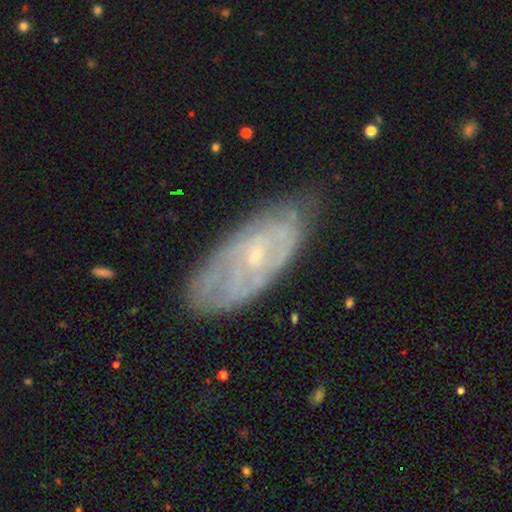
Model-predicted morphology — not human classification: A featured or disk galaxy (71%) with no bar (59%), spiral arms (73%) and a small central bulge (76%).

Vote fractions:
- Smooth or featured? featured or disk: 71% / smooth: 21% / star or artifact: 8%
- Edge-on disk? no: 89% / yes: 11%
- Bar? no: 59% / weak: 33% / strong: 8%
- Spiral arms? yes: 73% / no: 27%
- Bulge size? small: 76% / moderate: 17% / none: 5% / large: 1% / dominant: 1%
- Merging? none: 70% / minor disturbance: 22% / major disturbance: 6% / merger: 2%